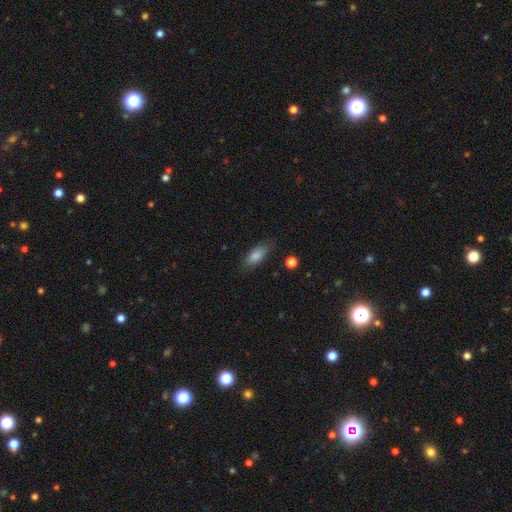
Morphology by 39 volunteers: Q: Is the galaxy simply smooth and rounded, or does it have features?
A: smooth — 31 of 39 (79%).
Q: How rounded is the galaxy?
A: in between — 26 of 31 (84%).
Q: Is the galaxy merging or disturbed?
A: none — 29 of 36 (81%).